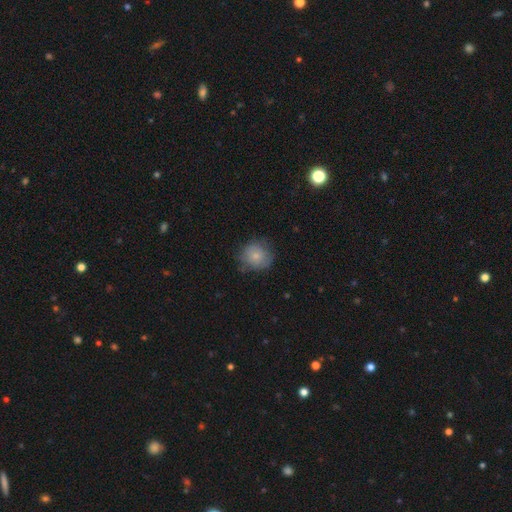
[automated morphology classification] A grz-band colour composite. It shows a smooth galaxy with no disk features (78%) that is round (86%). Merging: none (69%).